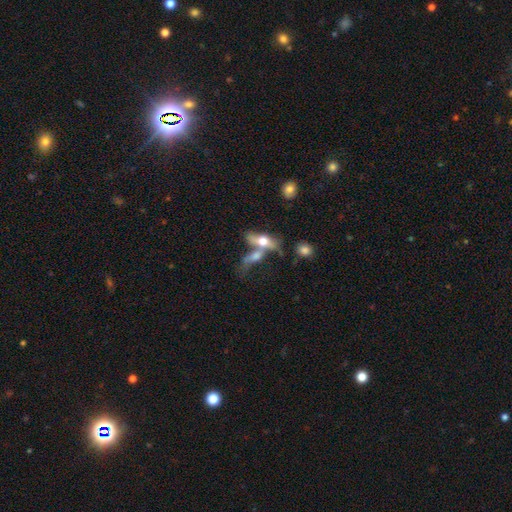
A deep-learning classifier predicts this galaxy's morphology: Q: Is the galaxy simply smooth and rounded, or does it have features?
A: smooth — 49%.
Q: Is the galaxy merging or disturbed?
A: merger — 50%.